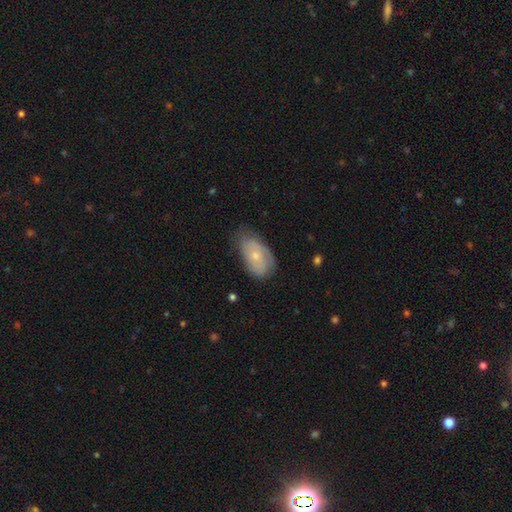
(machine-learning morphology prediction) smooth 58%, featured or disk 35%, star or artifact 7%. Down the decision tree: how rounded — in between (91%); merging — none (55%).